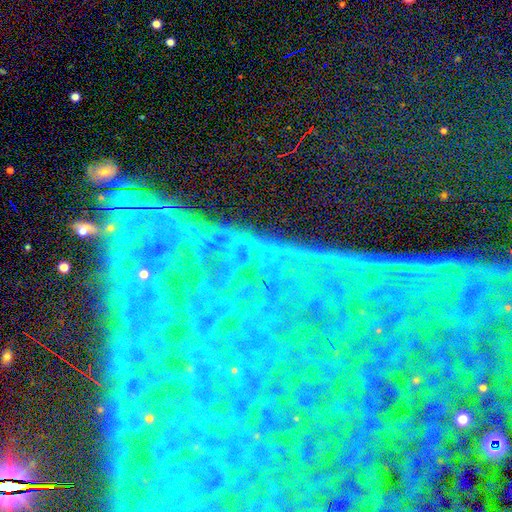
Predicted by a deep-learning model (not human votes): A star or artifact, not a galaxy (87%).

Vote fractions:
- Smooth or featured? star or artifact: 87% / featured or disk: 7% / smooth: 6%